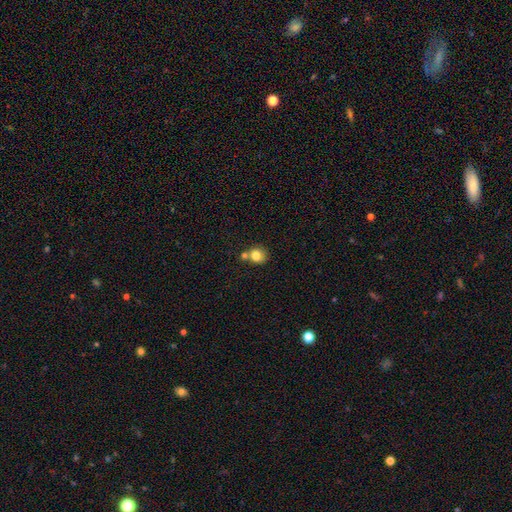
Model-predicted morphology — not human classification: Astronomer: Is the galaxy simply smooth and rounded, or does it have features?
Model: smooth — 80%.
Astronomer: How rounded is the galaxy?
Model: round — 80%.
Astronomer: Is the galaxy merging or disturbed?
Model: none — 54% (runner-up: merger, 31%).